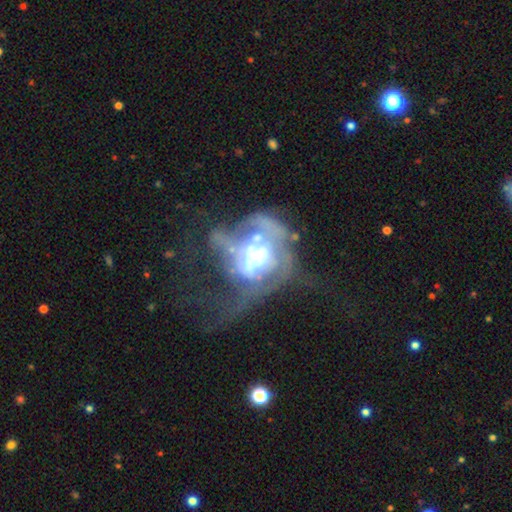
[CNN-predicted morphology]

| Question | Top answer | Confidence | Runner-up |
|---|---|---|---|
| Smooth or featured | featured or disk | 70% | smooth (18%) |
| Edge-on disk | no | 96% | yes (4%) |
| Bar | no | 67% | weak (23%) |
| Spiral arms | no | 60% | yes (40%) |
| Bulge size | moderate | 50% | large (30%) |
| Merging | major disturbance | 53% | merger (22%) |